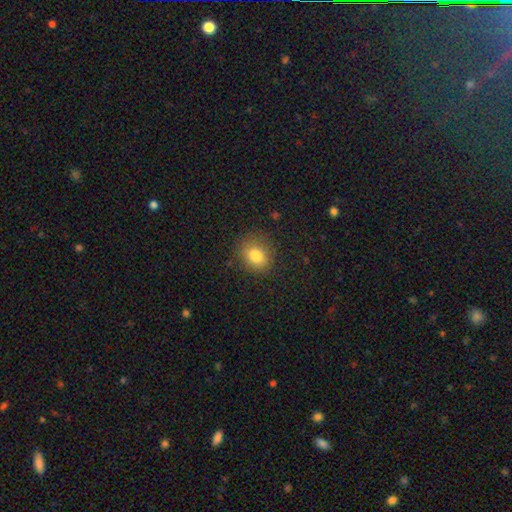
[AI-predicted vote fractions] This appears to be a smooth galaxy with no disk features (81%) that is round (63%). Merging: none (82%).